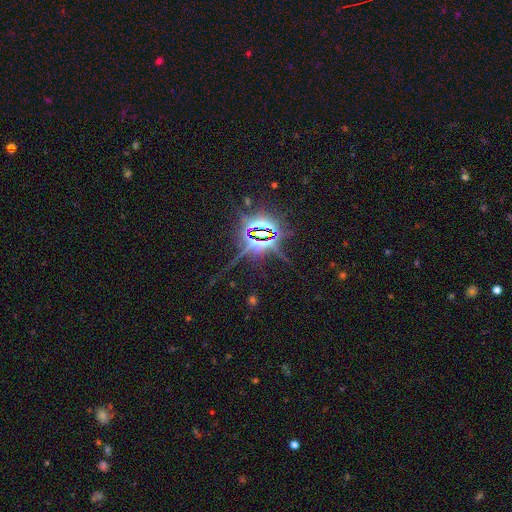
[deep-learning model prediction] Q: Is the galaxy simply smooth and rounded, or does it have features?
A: star or artifact — 85%.